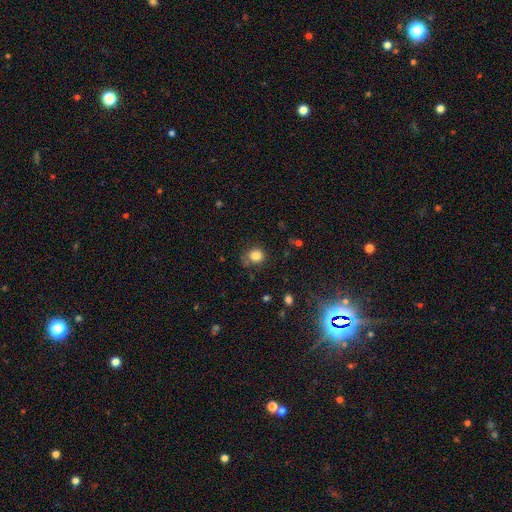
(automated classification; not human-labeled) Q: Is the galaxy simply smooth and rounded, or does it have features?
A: smooth — 83%.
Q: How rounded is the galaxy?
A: round — 81%.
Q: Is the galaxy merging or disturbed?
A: none — 71%.